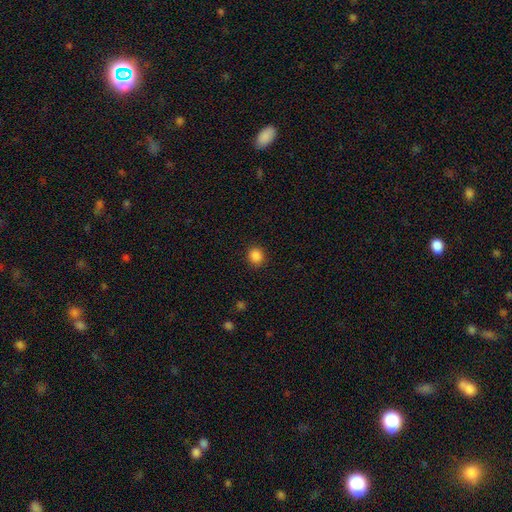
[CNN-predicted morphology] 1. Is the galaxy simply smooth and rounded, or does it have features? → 87% smooth, 11% star or artifact, 3% featured or disk.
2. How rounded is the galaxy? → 83% round, 16% in between, 1% cigar-shaped.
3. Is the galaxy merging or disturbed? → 91% none, 6% minor disturbance, 2% major disturbance, 1% merger.